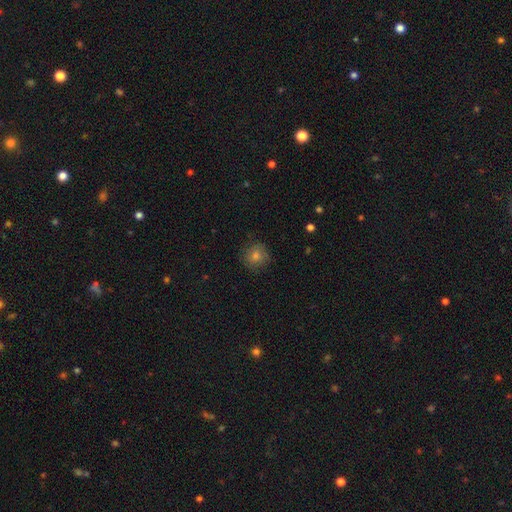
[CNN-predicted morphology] Smooth or featured?
  - smooth: 65% *
  - star or artifact: 18%
  - featured or disk: 17%
How rounded?
  - round: 91% *
  - in between: 8%
  - cigar-shaped: 1%
Merging?
  - none: 84% *
  - minor disturbance: 12%
  - major disturbance: 4%
  - merger: 1%